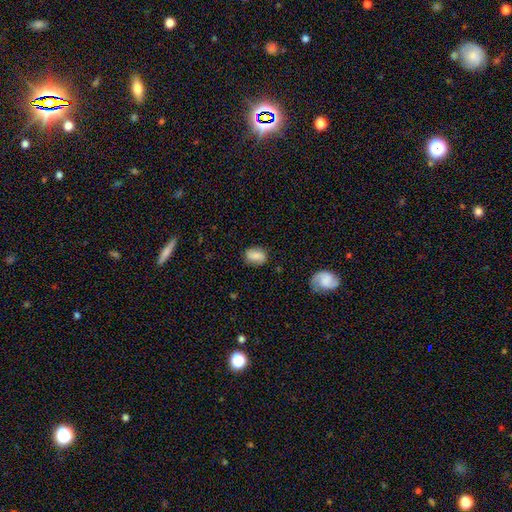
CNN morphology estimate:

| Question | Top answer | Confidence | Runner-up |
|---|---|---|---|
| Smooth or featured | smooth | 74% | featured or disk (18%) |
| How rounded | in between | 74% | round (24%) |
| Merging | none | 78% | minor disturbance (16%) |